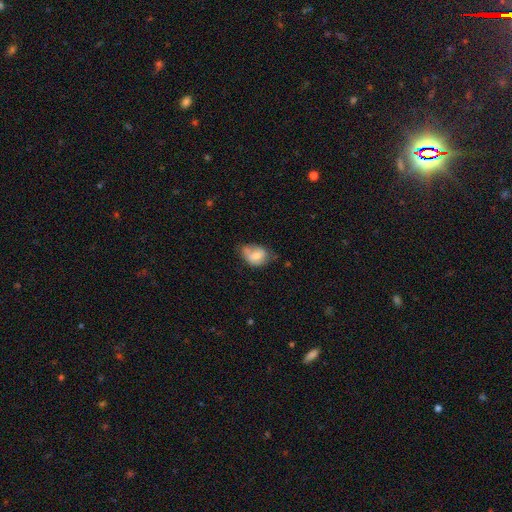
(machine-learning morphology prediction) Q: Smooth or featured?
A: smooth (67%); runner-up: featured or disk (25%)
Q: How rounded?
A: in between (72%); runner-up: round (27%)
Q: Merging?
A: minor disturbance (37%); runner-up: none (35%)